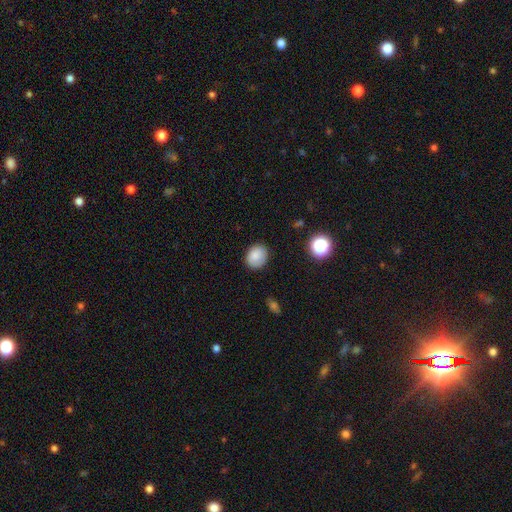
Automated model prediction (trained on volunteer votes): Overall: smooth (83%). How rounded: round (51%; in between 48%). Merging: none (79%).